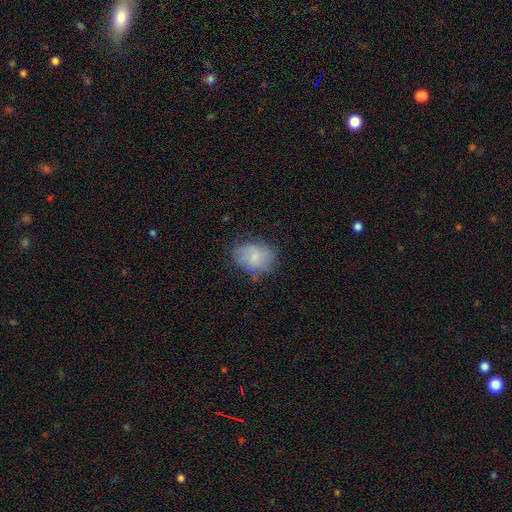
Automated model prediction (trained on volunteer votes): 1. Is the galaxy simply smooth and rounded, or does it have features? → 64% smooth, 27% featured or disk, 9% star or artifact.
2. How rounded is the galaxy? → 58% in between, 41% round, 1% cigar-shaped.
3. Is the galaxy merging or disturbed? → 64% none, 26% minor disturbance, 9% major disturbance, 2% merger.